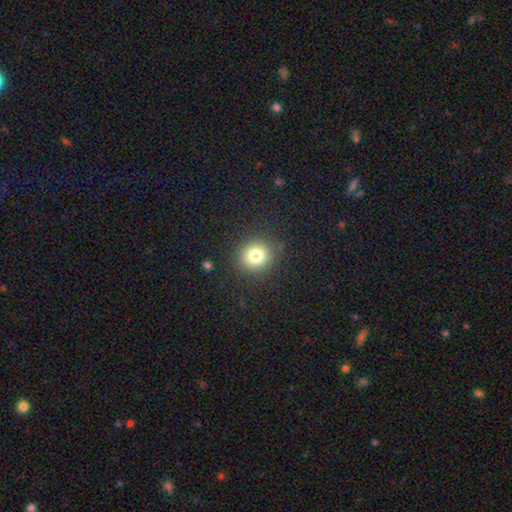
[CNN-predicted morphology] Smooth or featured? smooth (79%)
How rounded? round (87%)
Merging? none (88%)